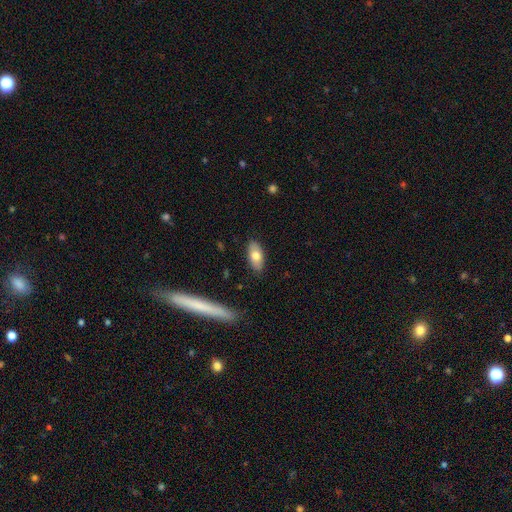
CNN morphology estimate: Q: Smooth or featured?
A: smooth (74%); runner-up: featured or disk (19%)
Q: How rounded?
A: in between (88%); runner-up: cigar-shaped (9%)
Q: Merging?
A: none (87%); runner-up: minor disturbance (10%)